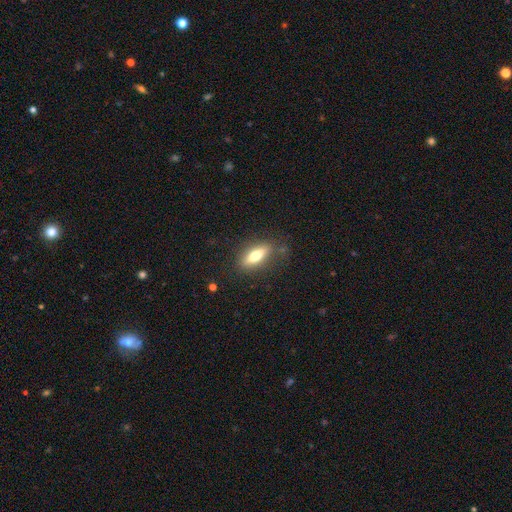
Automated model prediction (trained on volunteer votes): smooth_or_featured: smooth (p=0.63) [alt: featured or disk p=0.29]
how_rounded: in between (p=0.54) [alt: cigar-shaped p=0.43]
merging: none (p=0.80) [alt: minor disturbance p=0.13]